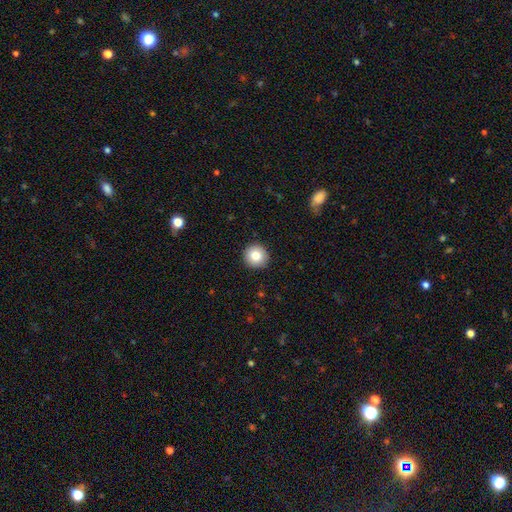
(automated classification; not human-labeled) Overall: smooth (82%). How rounded: round (95%). Merging: none (92%).